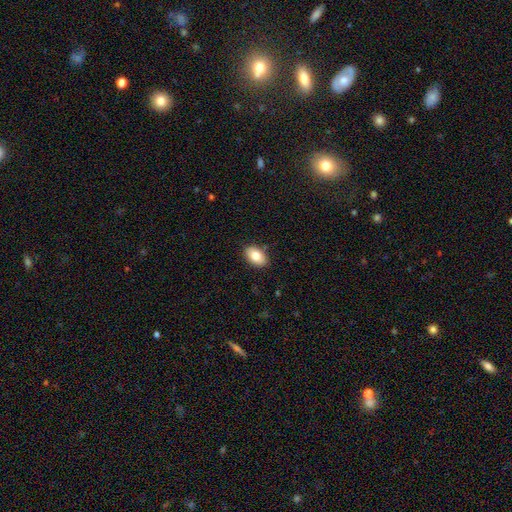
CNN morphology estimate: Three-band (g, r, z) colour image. It shows a smooth galaxy with no disk features (82%) that is in between round and cigar-shaped (89%). Merging: none (86%).